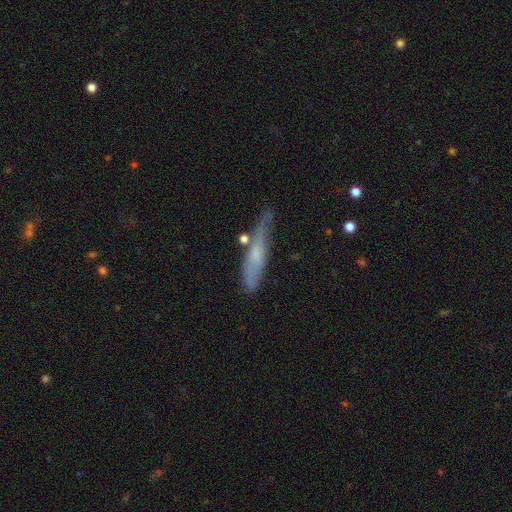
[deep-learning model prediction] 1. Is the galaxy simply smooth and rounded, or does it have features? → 52% smooth, 41% featured or disk, 8% star or artifact.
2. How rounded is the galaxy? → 86% cigar-shaped, 12% in between, 2% round.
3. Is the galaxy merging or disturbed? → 60% none, 26% minor disturbance, 8% major disturbance, 6% merger.